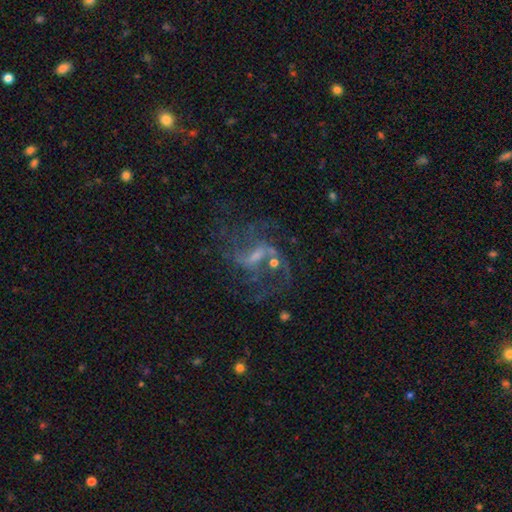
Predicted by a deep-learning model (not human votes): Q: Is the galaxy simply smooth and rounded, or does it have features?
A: featured or disk — 81%.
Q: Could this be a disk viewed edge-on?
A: no — 97%.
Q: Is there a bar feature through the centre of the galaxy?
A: weak — 54%.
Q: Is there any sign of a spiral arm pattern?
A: yes — 90%.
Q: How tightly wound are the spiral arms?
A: loose — 46%.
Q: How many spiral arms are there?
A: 2 — 41%.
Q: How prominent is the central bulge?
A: small — 47%.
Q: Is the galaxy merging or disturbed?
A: none — 52%.